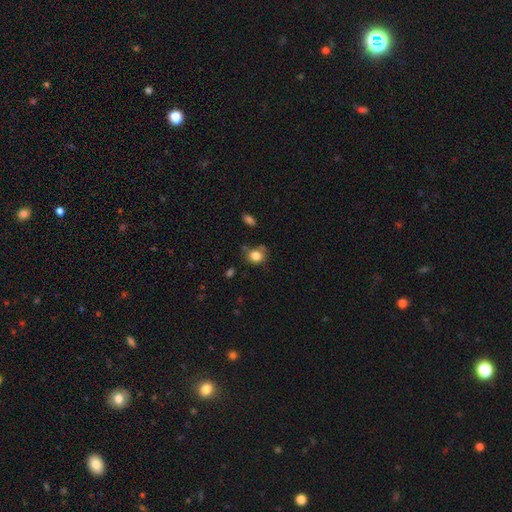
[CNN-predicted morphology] Smooth or featured? Predicted: smooth (p=0.81). How rounded? Predicted: round (p=0.70). Merging? Predicted: none (p=0.63).